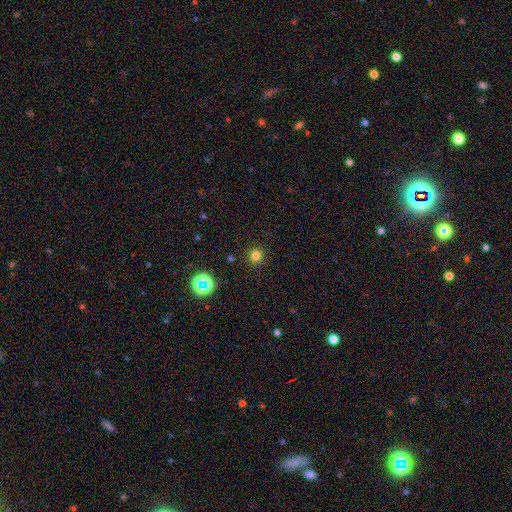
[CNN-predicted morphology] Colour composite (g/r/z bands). It shows a smooth galaxy with no disk features (77%) that is round (94%). Merging: none (91%).